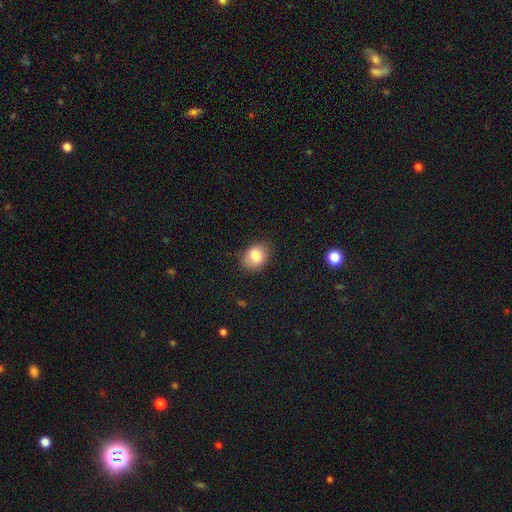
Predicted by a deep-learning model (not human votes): Smooth or featured? Predicted: smooth (p=0.83). How rounded? Predicted: in between (p=0.56). Merging? Predicted: none (p=0.78).